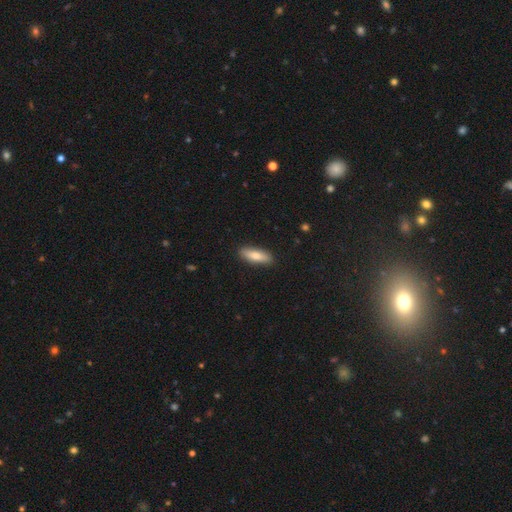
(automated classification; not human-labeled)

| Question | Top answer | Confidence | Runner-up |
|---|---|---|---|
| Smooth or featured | smooth | 77% | featured or disk (17%) |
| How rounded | in between | 52% | cigar-shaped (46%) |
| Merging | none | 88% | minor disturbance (9%) |